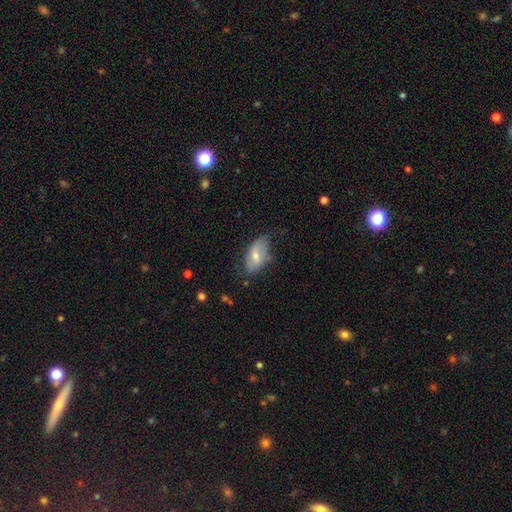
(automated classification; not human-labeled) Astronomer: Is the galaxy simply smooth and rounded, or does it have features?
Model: smooth — 49% (runner-up: featured or disk, 42%).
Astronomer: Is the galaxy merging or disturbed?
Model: none — 59%.